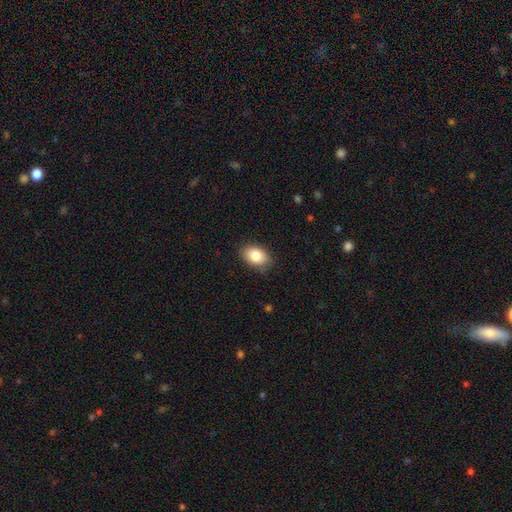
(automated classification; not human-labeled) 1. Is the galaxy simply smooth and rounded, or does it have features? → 84% smooth, 8% featured or disk, 7% star or artifact.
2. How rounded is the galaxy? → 85% in between, 13% round, 1% cigar-shaped.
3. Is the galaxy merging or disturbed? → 84% none, 12% minor disturbance, 3% major disturbance, 1% merger.